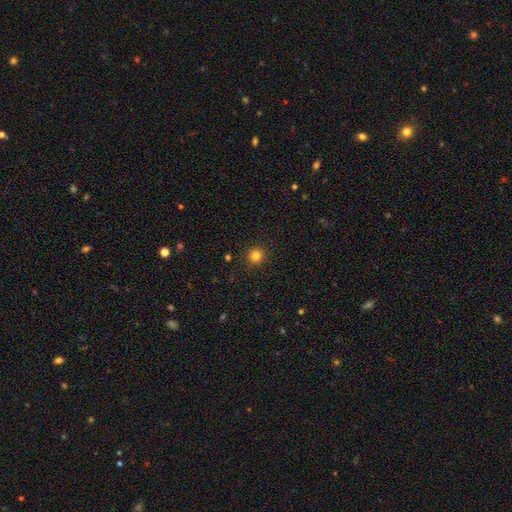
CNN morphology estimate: Smooth or featured: smooth — 82% (star or artifact — 13%)
How rounded: round — 92% (in between — 7%)
Merging: none — 91% (minor disturbance — 6%)